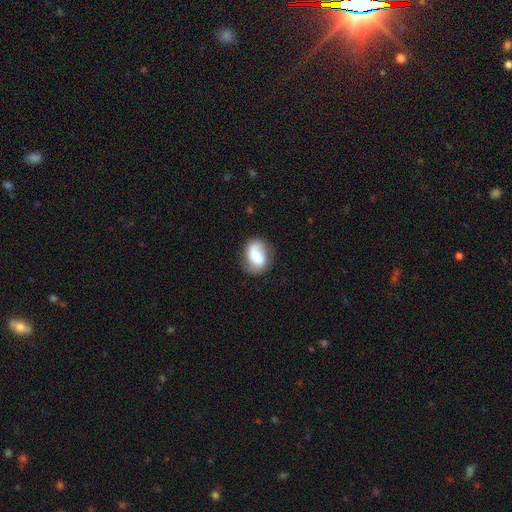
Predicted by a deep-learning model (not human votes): smooth-or-featured: featured or disk: 49% | smooth: 44% | star or artifact: 7%
  merging: none: 70% | minor disturbance: 20% | major disturbance: 8% | merger: 2%